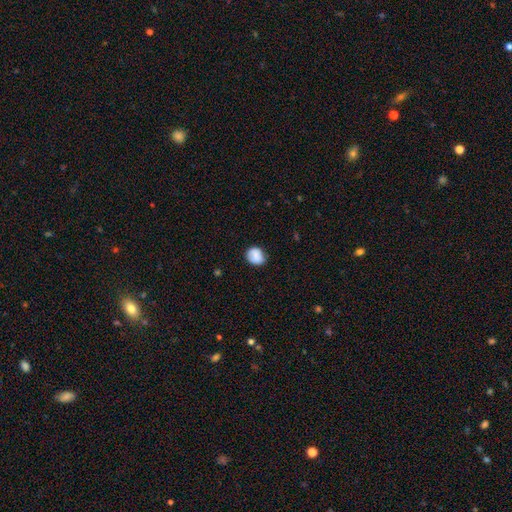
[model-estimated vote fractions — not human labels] This appears to be a smooth galaxy with no disk features (84%) that is round (64%). Merging: none (77%).